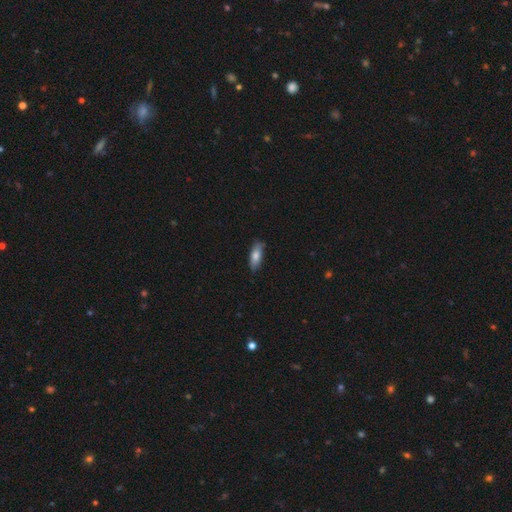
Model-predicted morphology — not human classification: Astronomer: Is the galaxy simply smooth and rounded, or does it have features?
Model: smooth — 77%.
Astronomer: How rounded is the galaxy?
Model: in between — 68%.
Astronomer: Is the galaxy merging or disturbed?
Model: none — 81%.